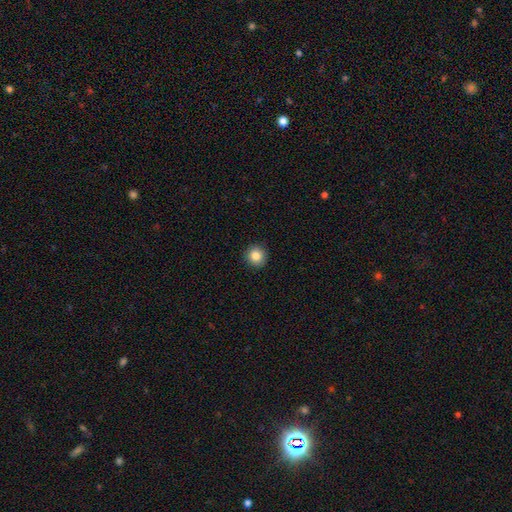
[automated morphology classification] smooth_or_featured: smooth (p=0.86) [alt: star or artifact p=0.10]
how_rounded: round (p=0.93) [alt: in between p=0.06]
merging: none (p=0.91) [alt: minor disturbance p=0.06]